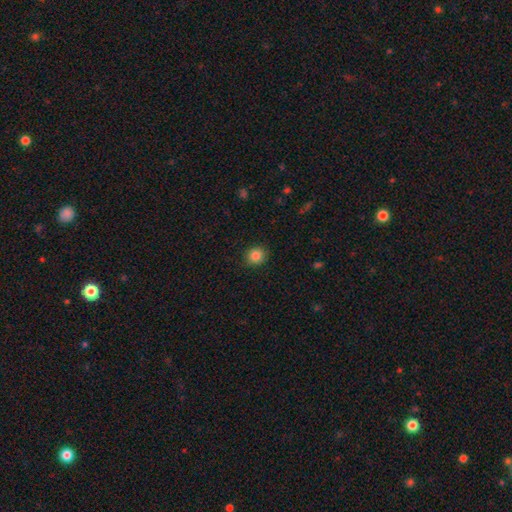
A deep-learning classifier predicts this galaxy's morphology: The model was most divided on "how rounded": round: 84%, in between: 15%, cigar-shaped: 1%. More confident: merging — none (89%); smooth or featured — smooth (85%).